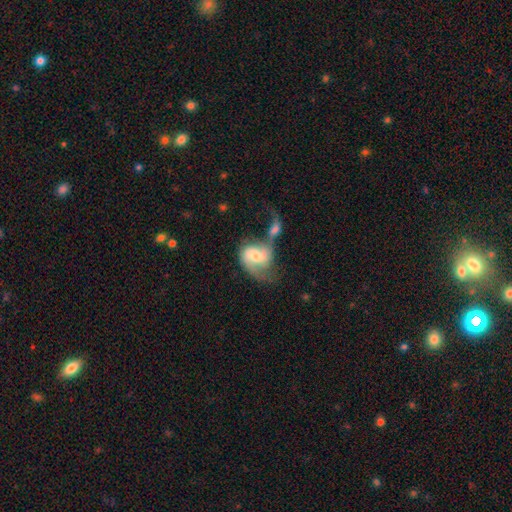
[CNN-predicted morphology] Smooth or featured? Predicted: featured or disk (p=0.68). Edge-on disk? Predicted: no (p=0.97). Bar? Predicted: no (p=0.50). Spiral arms? Predicted: yes (p=0.87). Spiral winding? Predicted: medium (p=0.41, tied with loose). Spiral arm count? Predicted: 2 (p=0.75). Bulge size? Predicted: moderate (p=0.51). Merging? Predicted: merger (p=0.50).